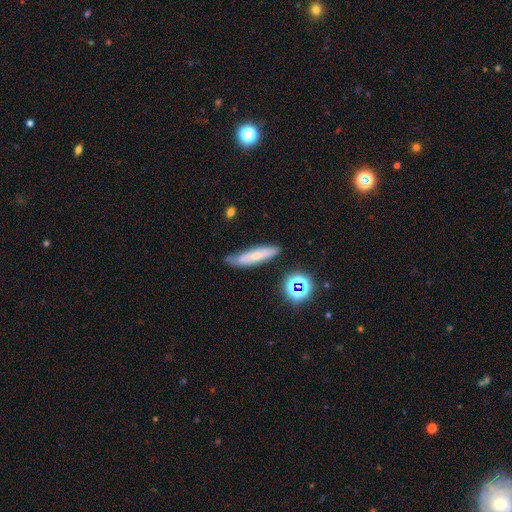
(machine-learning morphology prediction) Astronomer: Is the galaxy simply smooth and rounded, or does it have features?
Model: smooth — 55% (runner-up: featured or disk, 33%).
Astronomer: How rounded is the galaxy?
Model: cigar-shaped — 76%.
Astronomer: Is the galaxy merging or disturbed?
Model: none — 65%.